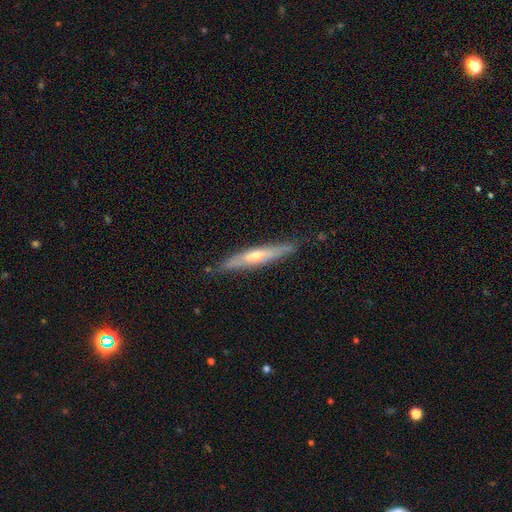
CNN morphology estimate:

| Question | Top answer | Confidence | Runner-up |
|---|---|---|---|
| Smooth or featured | featured or disk | 58% | smooth (36%) |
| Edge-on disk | yes | 87% | no (13%) |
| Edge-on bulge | rounded | 67% | none (27%) |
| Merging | none | 83% | minor disturbance (14%) |